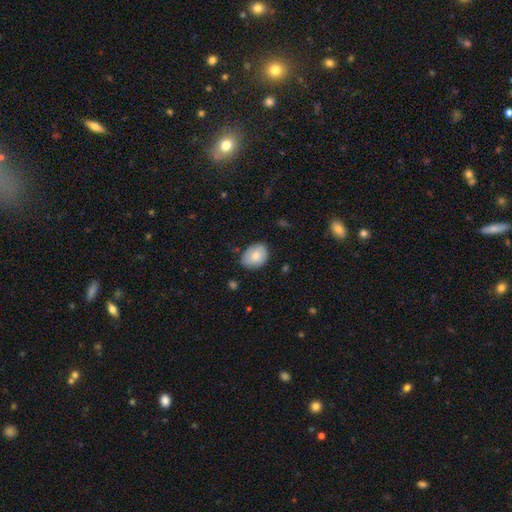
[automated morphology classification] A smooth galaxy with no disk features (75%) that is in between round and cigar-shaped (59%). Merging: none (73%).